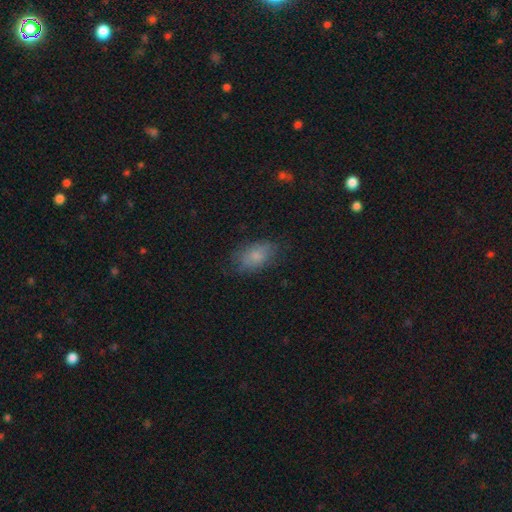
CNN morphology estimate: A smooth galaxy with no disk features (77%) that is in between round and cigar-shaped (89%).

Vote fractions:
- Smooth or featured? smooth: 77% / featured or disk: 14% / star or artifact: 9%
- How rounded? in between: 89% / round: 8% / cigar-shaped: 3%
- Merging? none: 72% / minor disturbance: 20% / major disturbance: 6% / merger: 1%